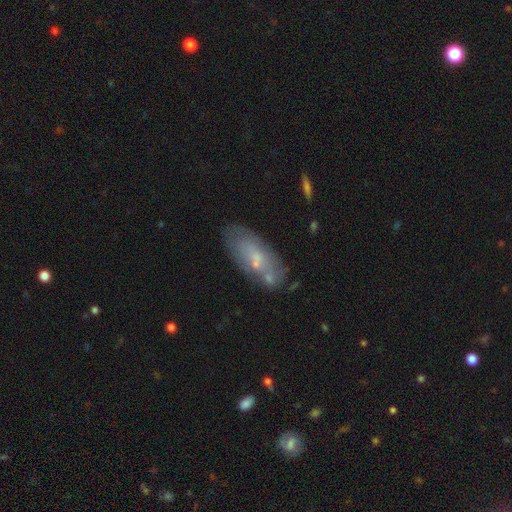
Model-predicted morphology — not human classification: A smooth galaxy with no disk features (53%) that is in between round and cigar-shaped (80%).

Vote fractions:
- Smooth or featured? smooth: 53% / featured or disk: 39% / star or artifact: 8%
- How rounded? in between: 80% / cigar-shaped: 18% / round: 3%
- Merging? none: 64% / minor disturbance: 20% / merger: 9% / major disturbance: 6%